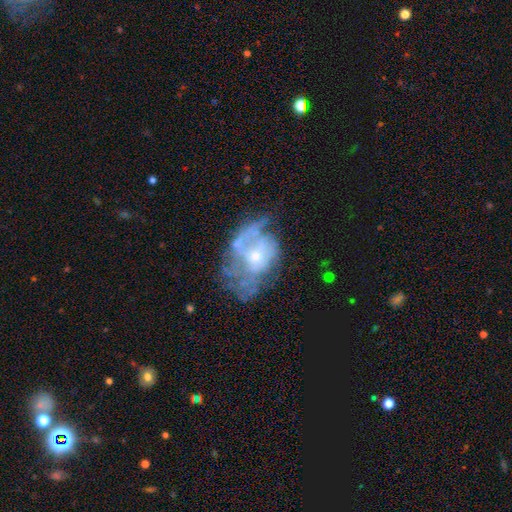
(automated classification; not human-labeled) This is likely a featured or disk galaxy (70%). It is clearly not viewed edge-on (97%). Bar: likely no (79%). Spiral arm pattern: possibly no (52%). Central bulge: possibly small (56%). Merging: marginally none (37%).